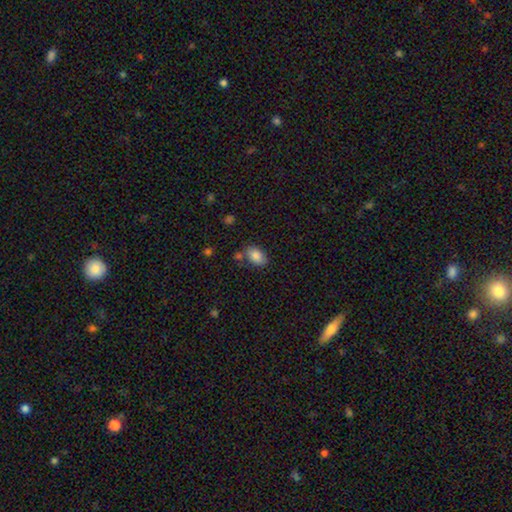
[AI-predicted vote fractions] A smooth galaxy with no disk features (86%) that is in between round and cigar-shaped (88%).

Vote fractions:
- Smooth or featured? smooth: 86% / star or artifact: 8% / featured or disk: 7%
- How rounded? in between: 88% / round: 11% / cigar-shaped: 1%
- Merging? none: 67% / minor disturbance: 17% / merger: 11% / major disturbance: 5%